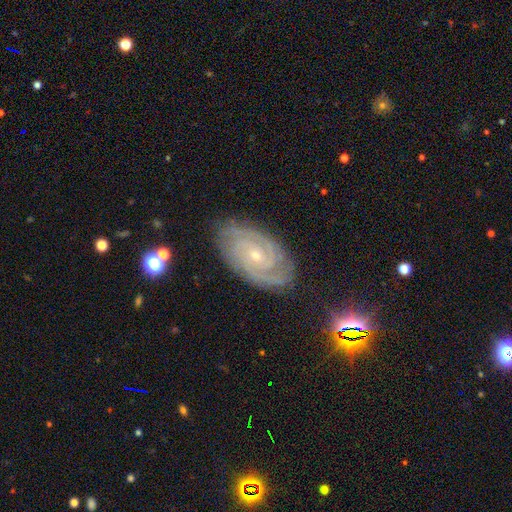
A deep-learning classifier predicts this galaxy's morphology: smooth_or_featured: featured or disk (p=0.89) [alt: star or artifact p=0.06]
disk_edge_on: no (p=0.97) [alt: yes p=0.03]
bar: no (p=0.64) [alt: weak p=0.28]
has_spiral_arms: yes (p=0.98) [alt: no p=0.02]
spiral_winding: tight (p=0.77) [alt: medium p=0.20]
spiral_arm_count: 2 (p=0.41) [alt: 3 p=0.25]
bulge_size: small (p=0.77) [alt: moderate p=0.20]
merging: none (p=0.81) [alt: minor disturbance p=0.14]